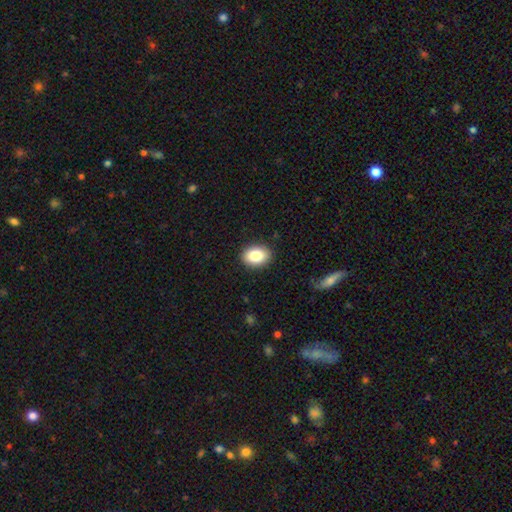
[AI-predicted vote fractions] Overall: smooth (85%). How rounded: in between (69%; round 30%). Merging: none (90%).